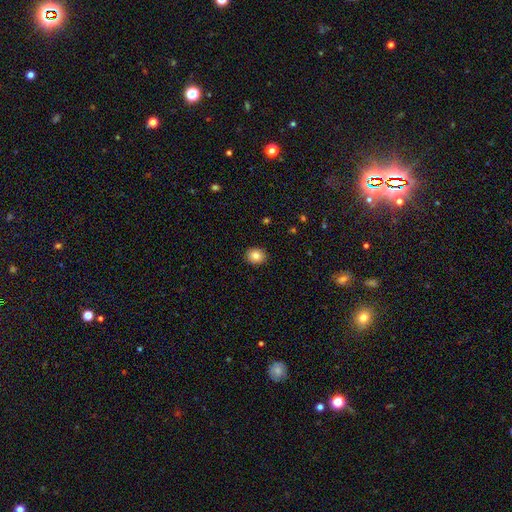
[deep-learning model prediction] This appears to be a smooth galaxy with no disk features (84%) that is round (65%). Merging: none (91%).